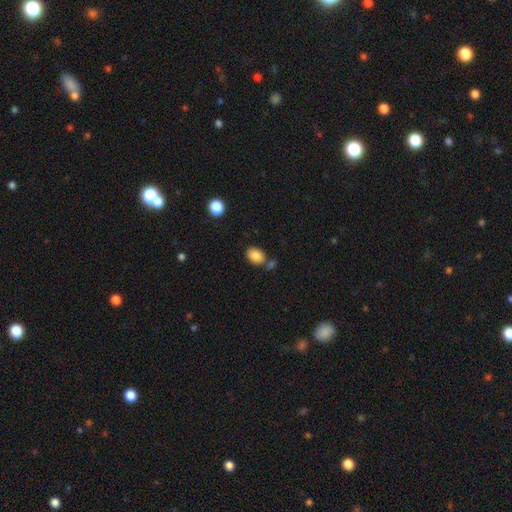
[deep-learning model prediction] A smooth galaxy with no disk features (86%) that is in between round and cigar-shaped (70%). Merging: none (68%).